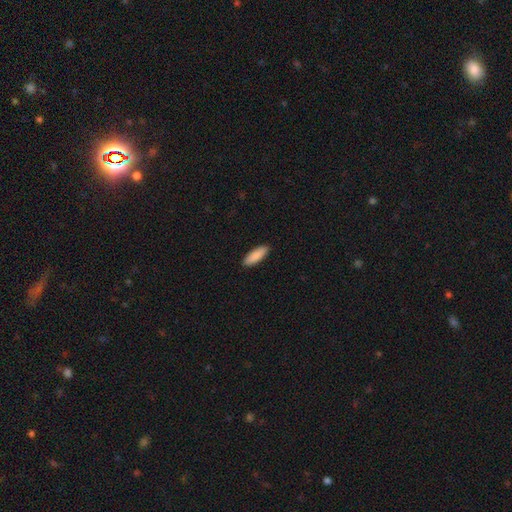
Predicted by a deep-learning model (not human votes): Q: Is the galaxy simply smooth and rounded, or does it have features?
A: smooth — 90%.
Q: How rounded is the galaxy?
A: in between — 59%.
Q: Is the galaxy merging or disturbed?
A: none — 91%.